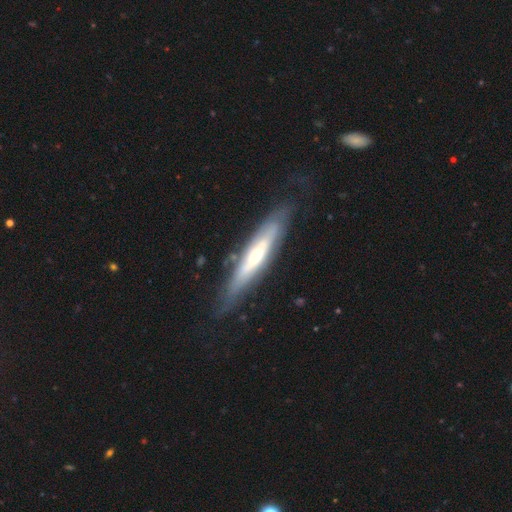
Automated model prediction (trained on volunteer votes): A featured or disk galaxy (65%) viewed edge-on (64%). Merging: none (73%).